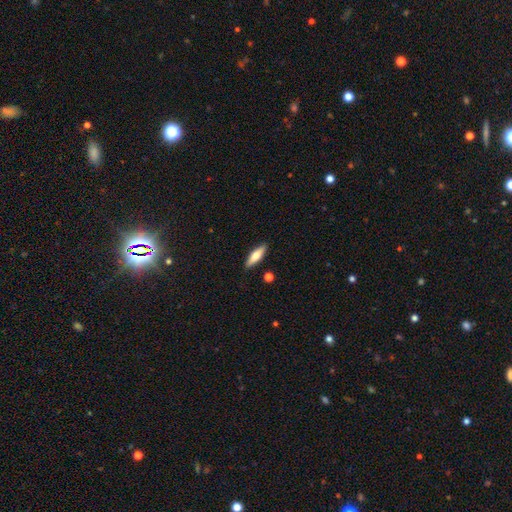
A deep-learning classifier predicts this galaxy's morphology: type=smooth (66%); roundness=cigar-shaped (60%); merging=none (88%).